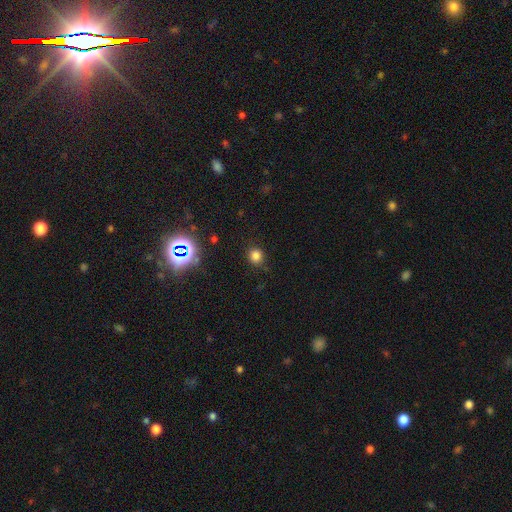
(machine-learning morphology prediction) Smooth or featured? smooth (77%)
How rounded? round (89%)
Merging? none (86%)